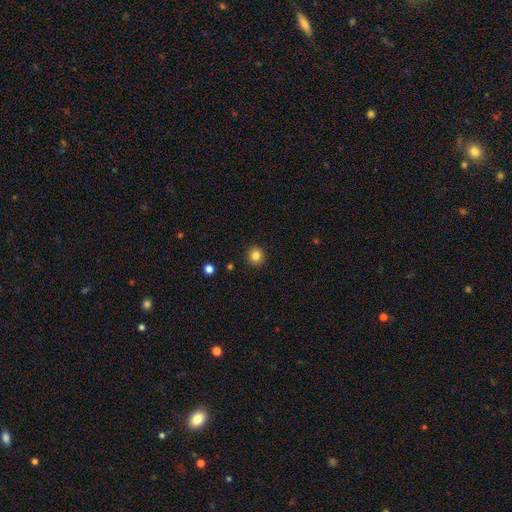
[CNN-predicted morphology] Smooth or featured?
  - smooth: 83% *
  - star or artifact: 11%
  - featured or disk: 6%
How rounded?
  - round: 86% *
  - in between: 13%
  - cigar-shaped: 1%
Merging?
  - none: 91% *
  - minor disturbance: 6%
  - major disturbance: 2%
  - merger: 1%